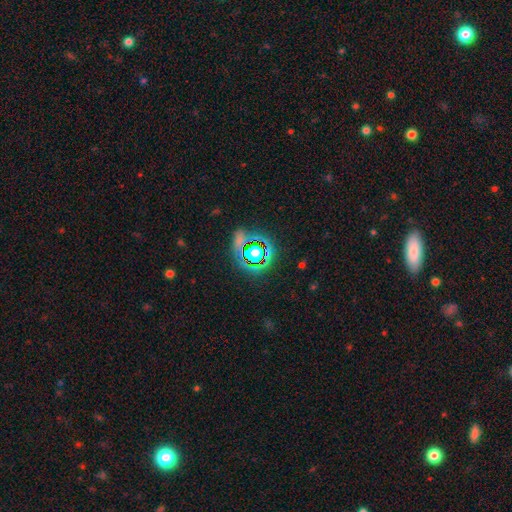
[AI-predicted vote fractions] Smooth or featured? Predicted: star or artifact (p=0.73).